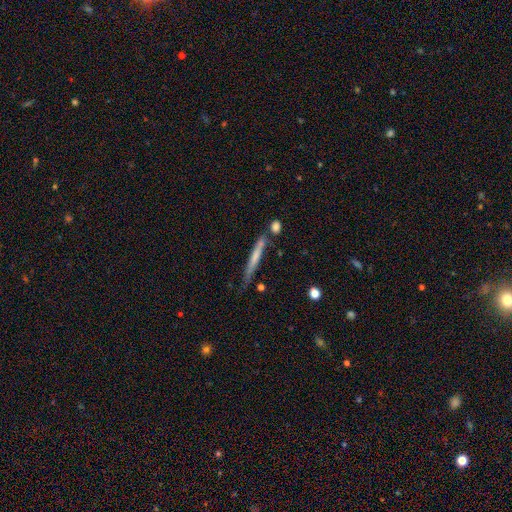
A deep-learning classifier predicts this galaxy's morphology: Smooth or featured? smooth (53%)
How rounded? cigar-shaped (95%)
Merging? none (65%)